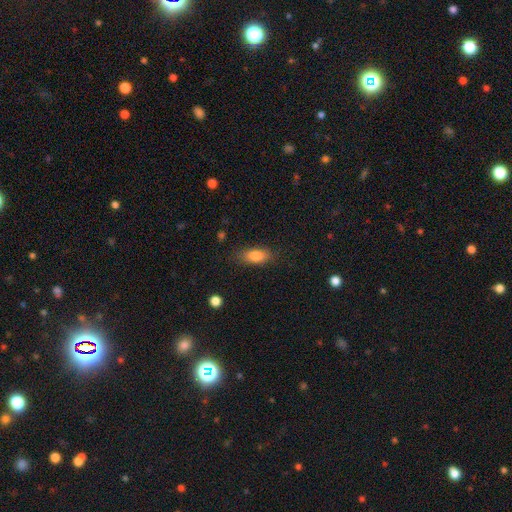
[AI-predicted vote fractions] Smooth or featured? Predicted: smooth (p=0.81). How rounded? Predicted: in between (p=0.82). Merging? Predicted: none (p=0.80).